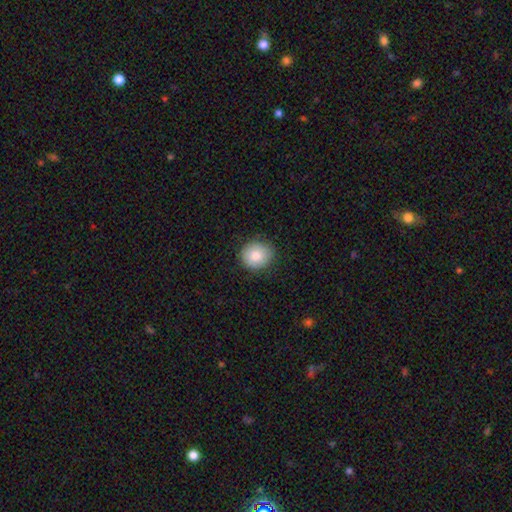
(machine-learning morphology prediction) A smooth galaxy with no disk features (82%) that is round (83%). Merging: none (86%).